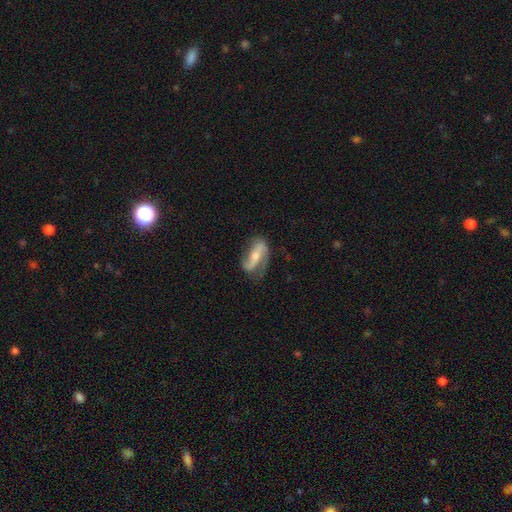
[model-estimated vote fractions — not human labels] This appears to be a featured or disk galaxy (74%) with a strong bar (35%), 2 (81%) loose (49%) spiral arms (92%) and a moderate central bulge (48%). Merging: none (60%).